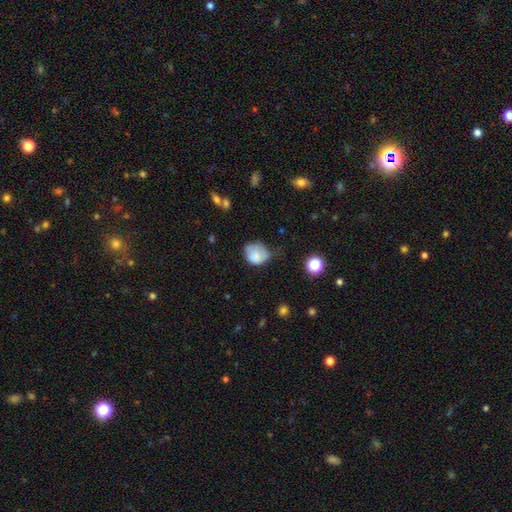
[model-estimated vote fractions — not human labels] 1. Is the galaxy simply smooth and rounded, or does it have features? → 73% smooth, 18% featured or disk, 9% star or artifact.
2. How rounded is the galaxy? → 61% round, 39% in between, 1% cigar-shaped.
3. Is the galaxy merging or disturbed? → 40% minor disturbance, 37% none, 18% major disturbance, 4% merger.